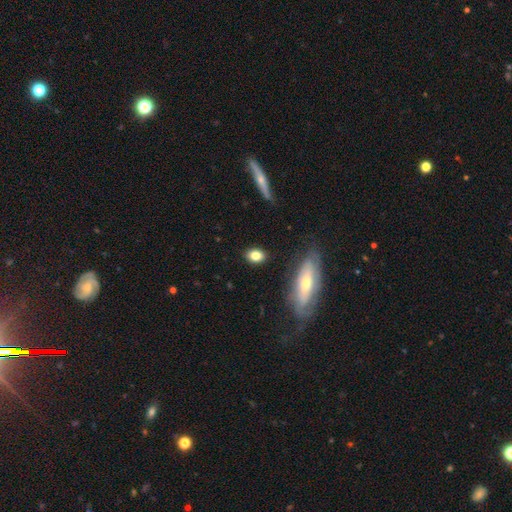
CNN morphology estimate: smooth-or-featured: smooth: 81% | featured or disk: 10% | star or artifact: 9%
  how-rounded: in between: 75% | round: 21% | cigar-shaped: 4%
  merging: none: 85% | minor disturbance: 10% | major disturbance: 3% | merger: 2%